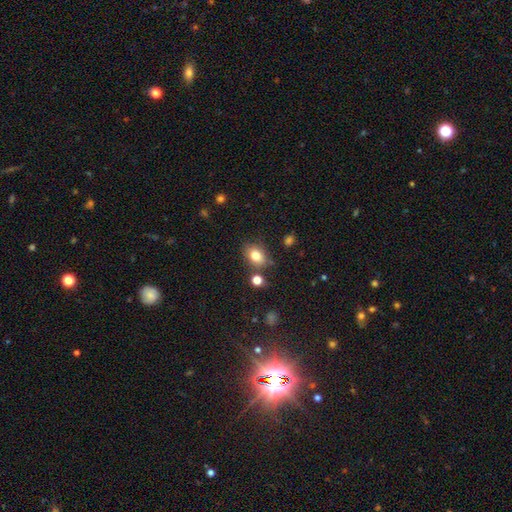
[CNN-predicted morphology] Smooth or featured: smooth — 81% (star or artifact — 10%)
How rounded: in between — 66% (round — 33%)
Merging: none — 75% (minor disturbance — 14%)